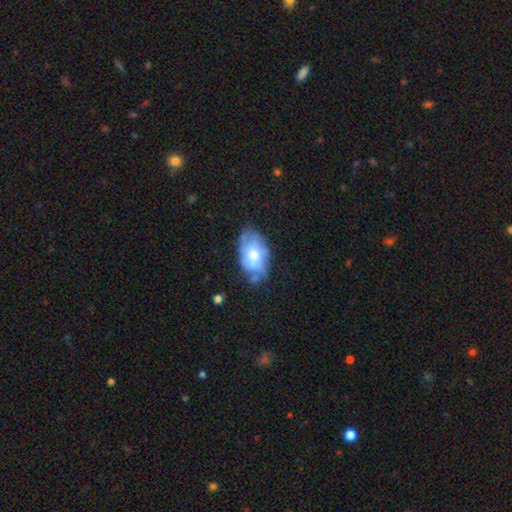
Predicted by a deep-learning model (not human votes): A featured or disk galaxy (52%). Merging: none (60%).